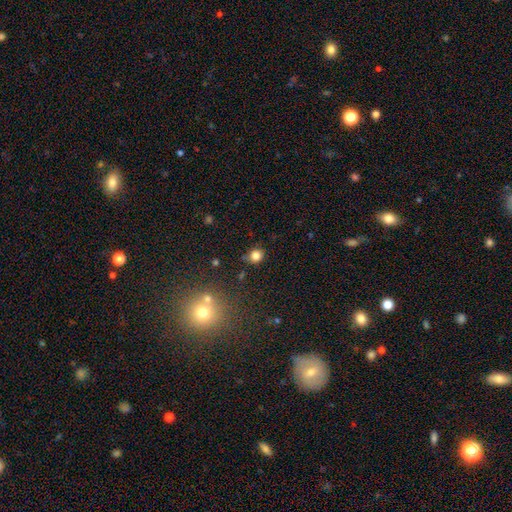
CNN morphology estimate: Smooth or featured? smooth (81%)
How rounded? round (76%)
Merging? none (71%)